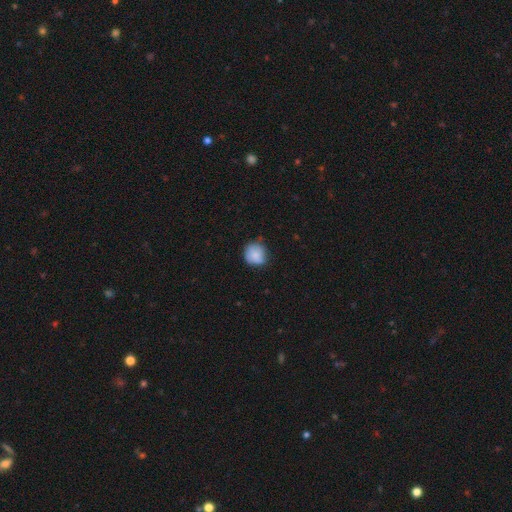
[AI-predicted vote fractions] The model was most divided on "merging": none: 67%, minor disturbance: 27%, major disturbance: 5%, merger: 2%. More confident: how rounded — round (86%); smooth or featured — smooth (82%).